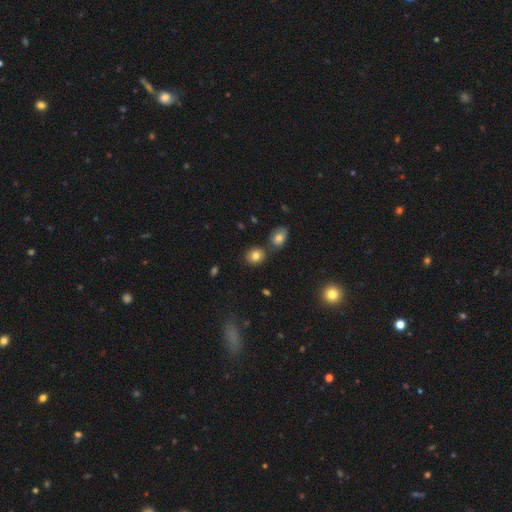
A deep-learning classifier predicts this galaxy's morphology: Smooth or featured: smooth — 80% (star or artifact — 11%)
How rounded: round — 59% (in between — 40%)
Merging: none — 73% (merger — 14%)